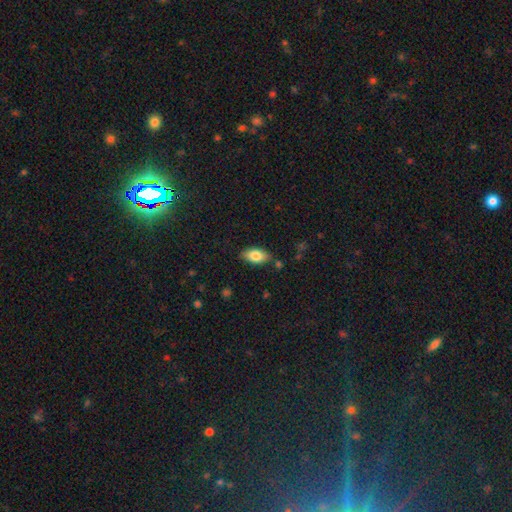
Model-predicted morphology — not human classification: Overall: smooth (81%). How rounded: in between (91%). Merging: none (80%).